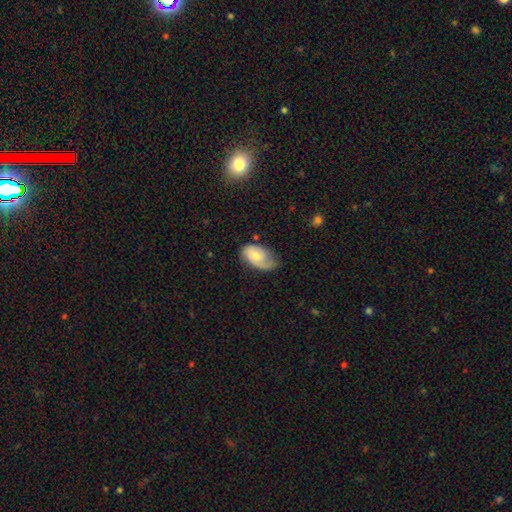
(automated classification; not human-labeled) The model was most divided on "smooth or featured": featured or disk: 48%, smooth: 46%, star or artifact: 6%. Remaining: merging — none (49%).